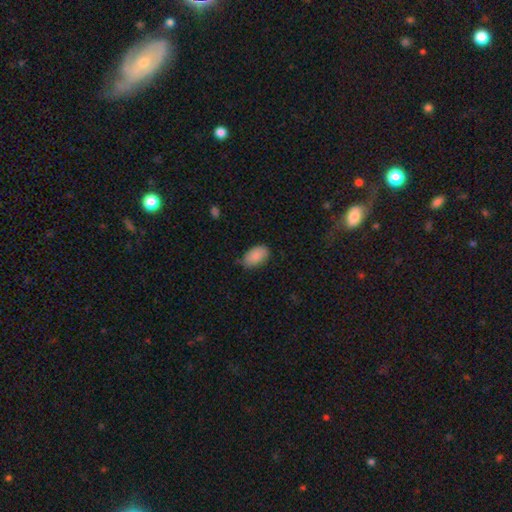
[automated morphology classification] type=smooth (87%); roundness=in between (94%); merging=none (73%).